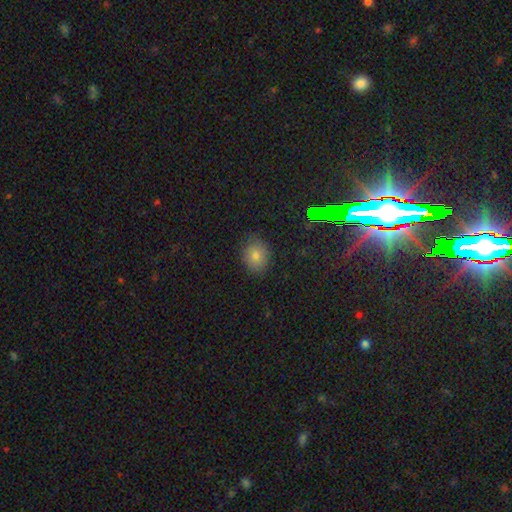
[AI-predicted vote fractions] Smooth or featured: smooth — 74% (star or artifact — 17%)
How rounded: round — 54% (in between — 45%)
Merging: none — 84% (minor disturbance — 12%)